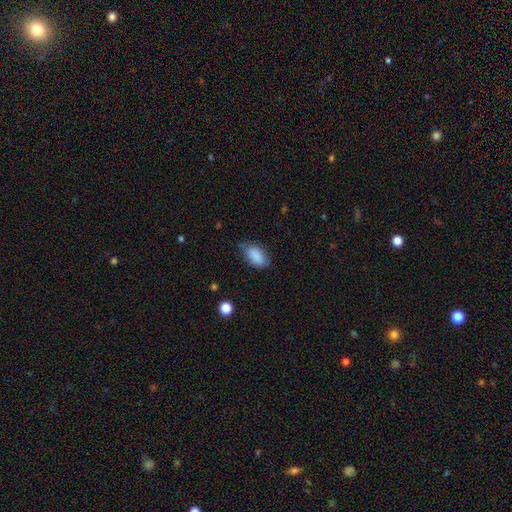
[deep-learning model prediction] This is clearly a smooth galaxy (87%). How rounded: clearly in between (92%). Merging: likely none (65%).